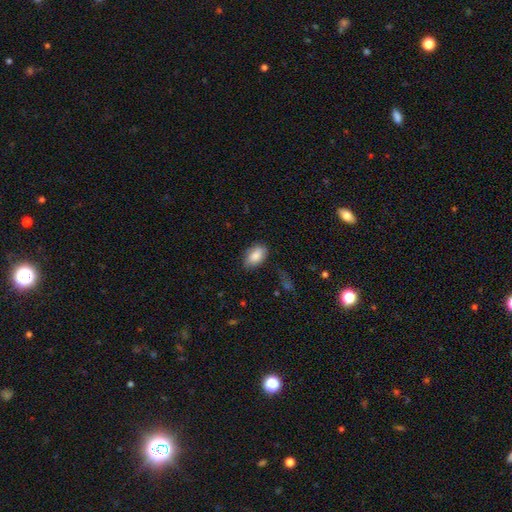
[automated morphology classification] smooth_or_featured: smooth (p=0.84) [alt: featured or disk p=0.09]
how_rounded: in between (p=0.92) [alt: round p=0.06]
merging: none (p=0.72) [alt: minor disturbance p=0.22]